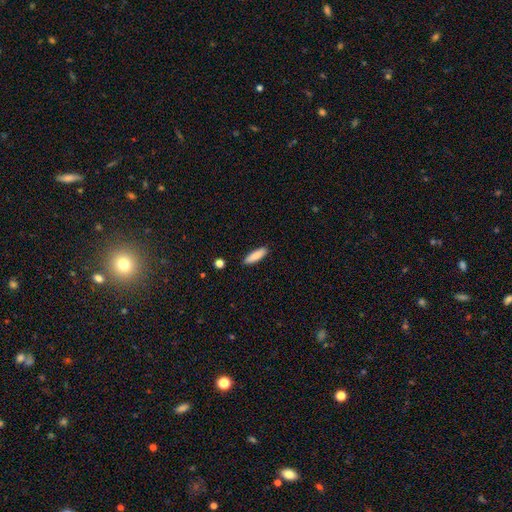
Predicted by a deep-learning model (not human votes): smooth-or-featured: smooth: 84% | featured or disk: 9% | star or artifact: 6%
  how-rounded: cigar-shaped: 64% | in between: 34% | round: 2%
  merging: none: 88% | minor disturbance: 9% | major disturbance: 2% | merger: 2%